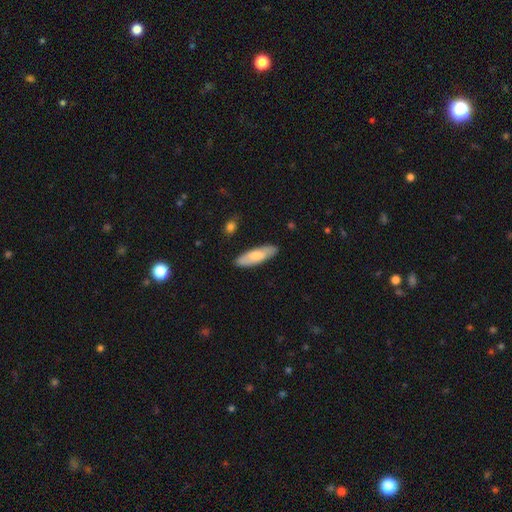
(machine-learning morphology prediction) A smooth galaxy with no disk features (67%) that is cigar-shaped (50%). Merging: none (86%).